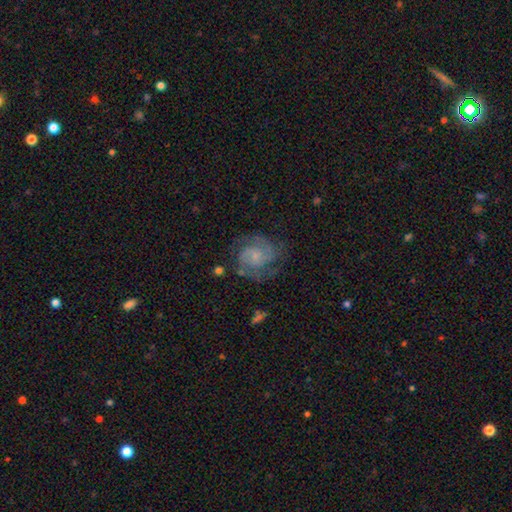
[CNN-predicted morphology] Smooth or featured: featured or disk — 73% (smooth — 18%)
Edge-on disk: no — 98% (yes — 2%)
Bar: no — 66% (weak — 29%)
Spiral arms: yes — 92% (no — 8%)
Spiral winding: medium — 46% (tight — 39%)
Spiral arm count: 2 — 52% (can't tell — 20%)
Bulge size: small — 61% (none — 18%)
Merging: none — 66% (minor disturbance — 19%)